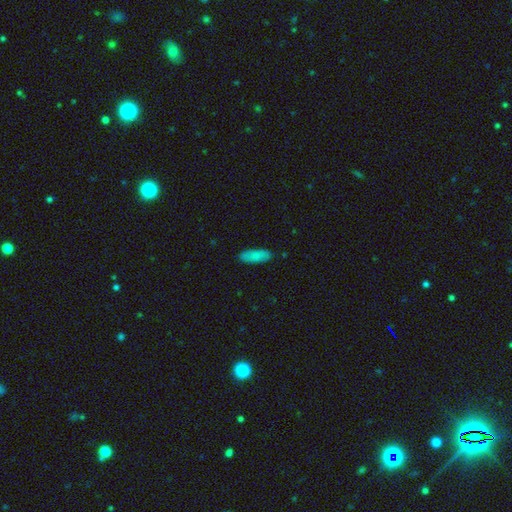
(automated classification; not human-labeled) smooth 86%, featured or disk 8%, star or artifact 6%. Down the decision tree: how rounded — in between (68%); merging — none (86%).